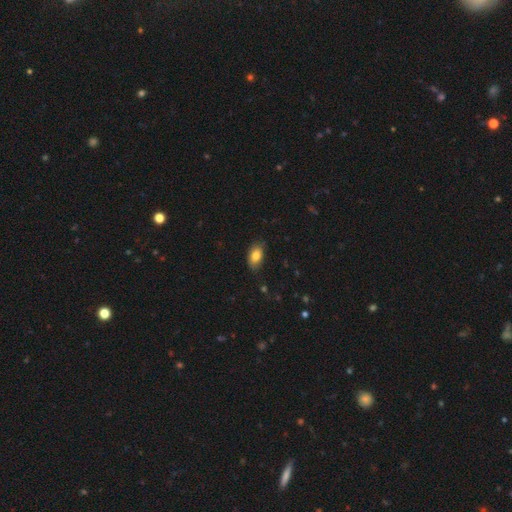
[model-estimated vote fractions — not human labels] Overall: smooth (82%). How rounded: in between (90%). Merging: none (78%).